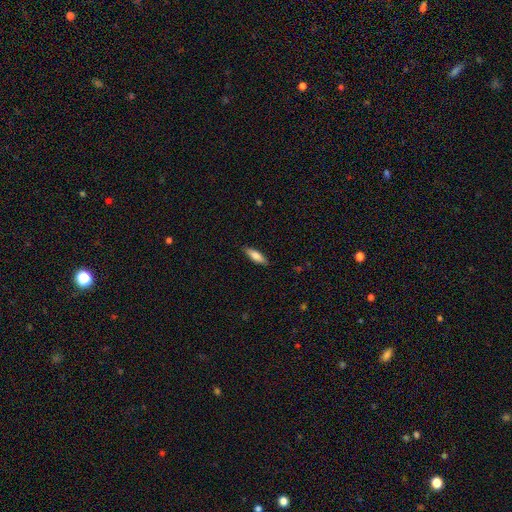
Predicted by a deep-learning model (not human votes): Smooth or featured? smooth (77%)
How rounded? cigar-shaped (56%)
Merging? none (87%)